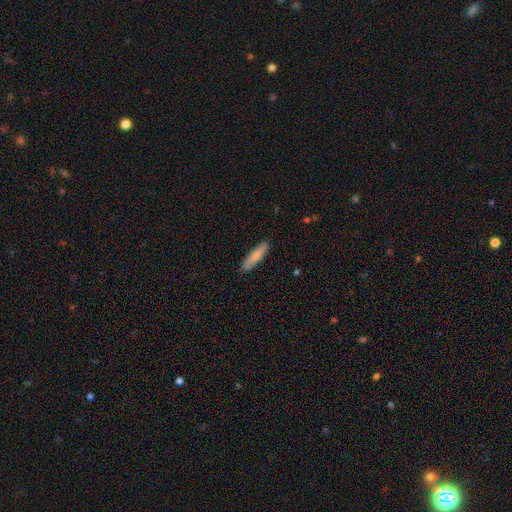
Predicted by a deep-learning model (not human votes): The model was most divided on "smooth or featured": smooth: 77%, featured or disk: 18%, star or artifact: 5%. More confident: merging — none (89%); how rounded — cigar-shaped (82%).